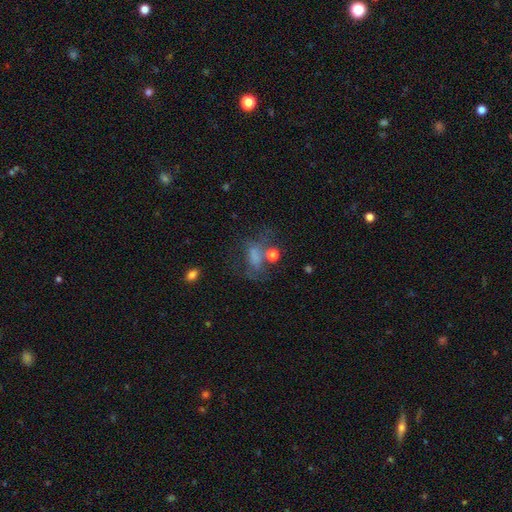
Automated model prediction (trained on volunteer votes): The model was most divided on "merging": none: 37%, major disturbance: 31%, minor disturbance: 19%, merger: 13%. More confident: how rounded — in between (69%); smooth or featured — smooth (50%).